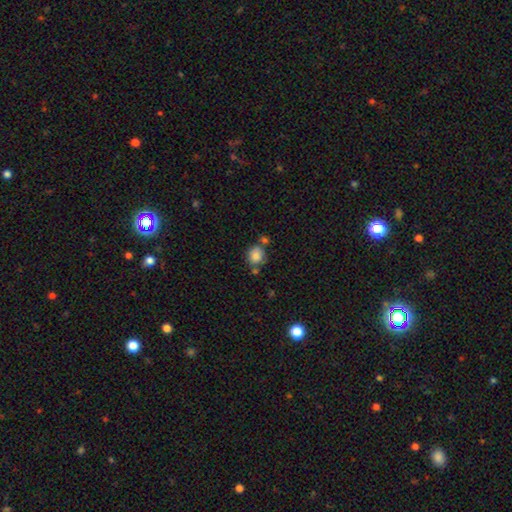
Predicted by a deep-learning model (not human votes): This is clearly a smooth galaxy (82%). How rounded: likely round (80%). Merging: likely none (64%).